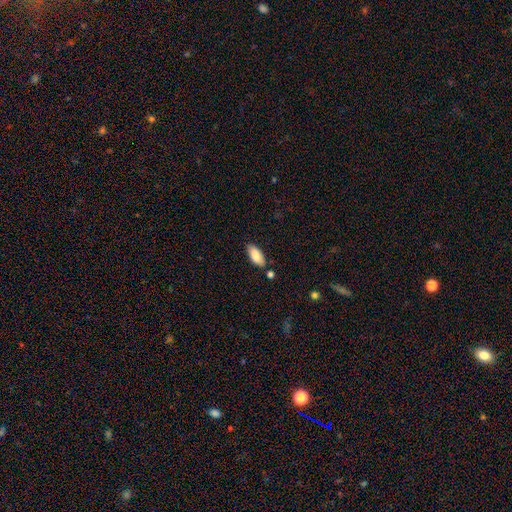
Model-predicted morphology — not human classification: smooth_or_featured: smooth (p=0.86) [alt: featured or disk p=0.08]
how_rounded: in between (p=0.88) [alt: cigar-shaped p=0.10]
merging: none (p=0.78) [alt: minor disturbance p=0.14]